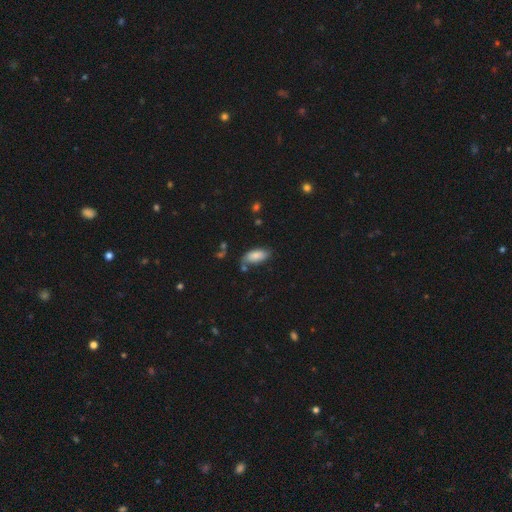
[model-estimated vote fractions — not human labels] Smooth or featured?
  - smooth: 83% *
  - featured or disk: 10%
  - star or artifact: 7%
How rounded?
  - in between: 89% *
  - cigar-shaped: 9%
  - round: 2%
Merging?
  - none: 67% *
  - minor disturbance: 21%
  - merger: 6%
  - major disturbance: 5%